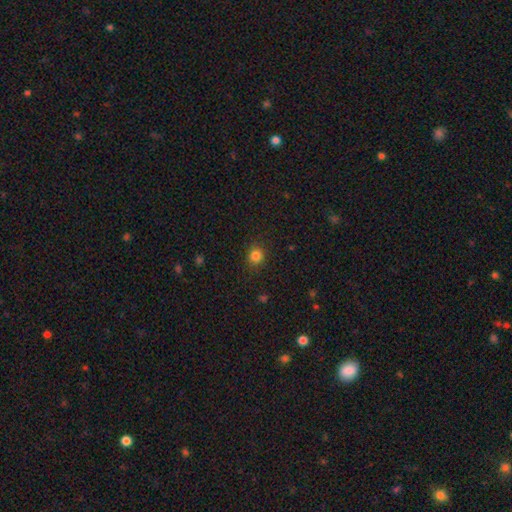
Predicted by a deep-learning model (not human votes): Smooth or featured?
  - smooth: 83% *
  - star or artifact: 13%
  - featured or disk: 4%
How rounded?
  - round: 83% *
  - in between: 16%
  - cigar-shaped: 1%
Merging?
  - none: 88% *
  - minor disturbance: 8%
  - major disturbance: 3%
  - merger: 1%